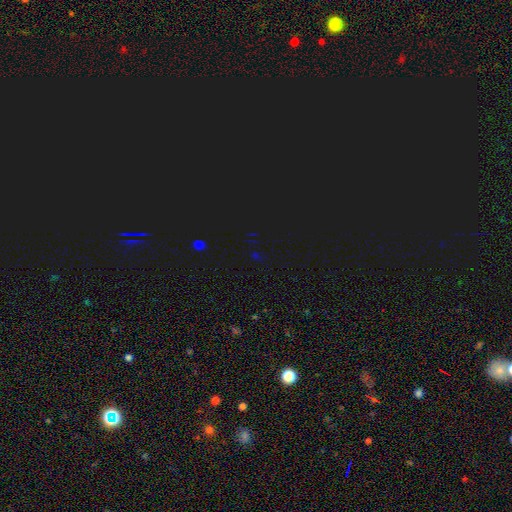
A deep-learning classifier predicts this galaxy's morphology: Smooth or featured? star or artifact (75%)